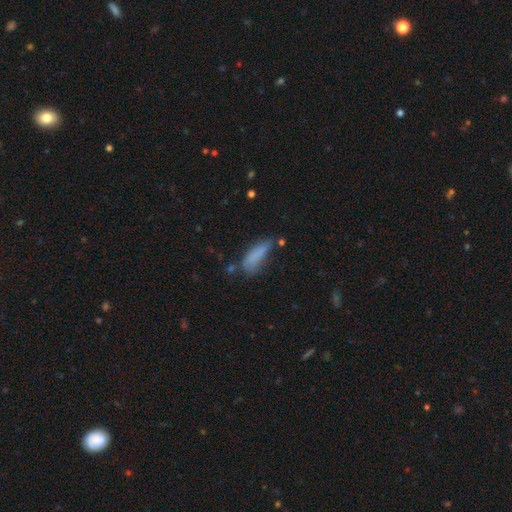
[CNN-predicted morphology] Smooth or featured?
  - smooth: 78% *
  - featured or disk: 12%
  - star or artifact: 10%
How rounded?
  - cigar-shaped: 50% *
  - in between: 47%
  - round: 2%
Merging?
  - none: 45% *
  - minor disturbance: 31%
  - major disturbance: 16%
  - merger: 8%